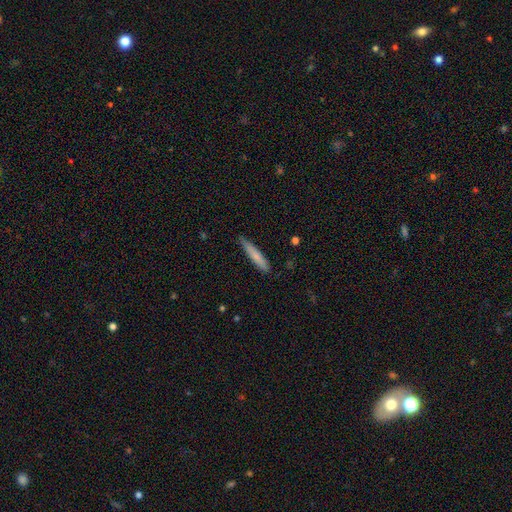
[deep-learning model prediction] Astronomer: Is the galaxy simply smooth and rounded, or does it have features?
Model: smooth — 74%.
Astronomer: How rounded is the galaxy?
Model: cigar-shaped — 93%.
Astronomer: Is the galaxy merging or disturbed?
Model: none — 81%.